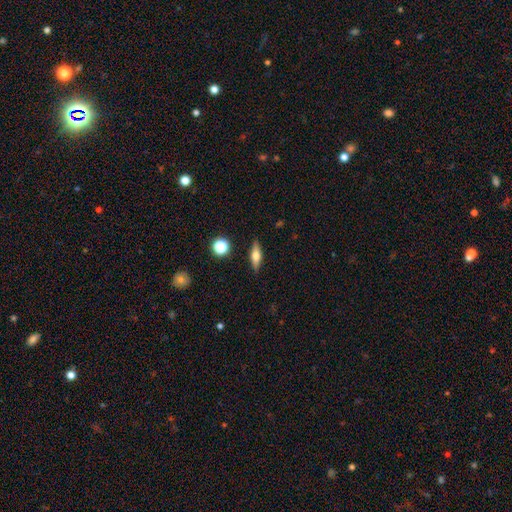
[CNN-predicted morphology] The model was most divided on "how rounded": in between: 52%, cigar-shaped: 42%, round: 6%. More confident: merging — none (87%); smooth or featured — smooth (54%).